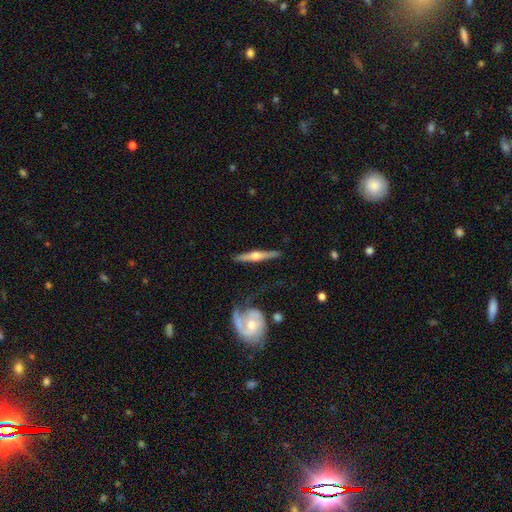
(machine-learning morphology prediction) smooth-or-featured: featured or disk: 73% | smooth: 22% | star or artifact: 5%
  disk-edge-on: yes: 96% | no: 4%
    edge-on-bulge: rounded: 93% | none: 4% | boxy: 3%
  merging: none: 83% | minor disturbance: 10% | merger: 3% | major disturbance: 3%